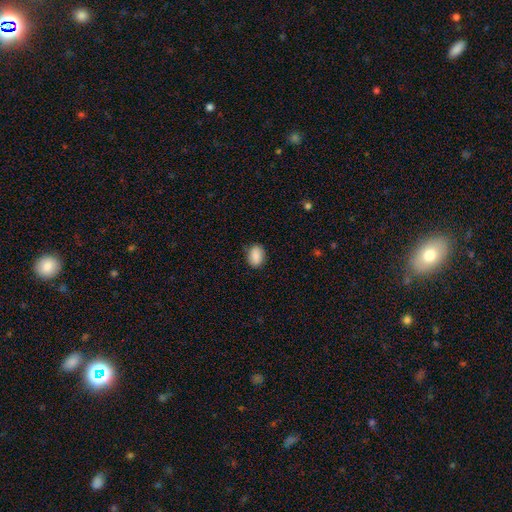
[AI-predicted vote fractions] A smooth galaxy with no disk features (87%) that is in between round and cigar-shaped (77%). Merging: none (82%).